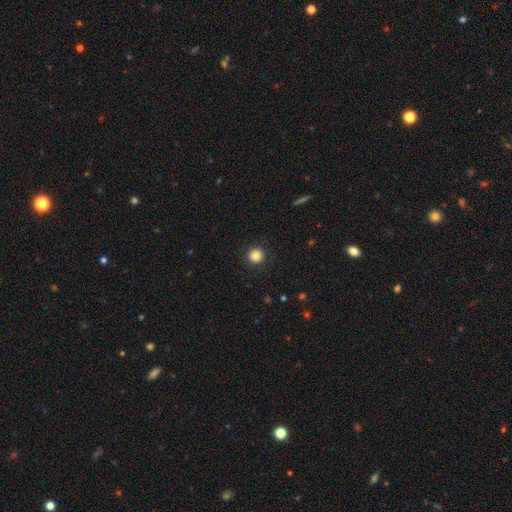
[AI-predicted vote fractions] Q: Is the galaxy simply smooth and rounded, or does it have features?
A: smooth — 86%.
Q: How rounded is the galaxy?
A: round — 95%.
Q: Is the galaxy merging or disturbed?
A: none — 91%.